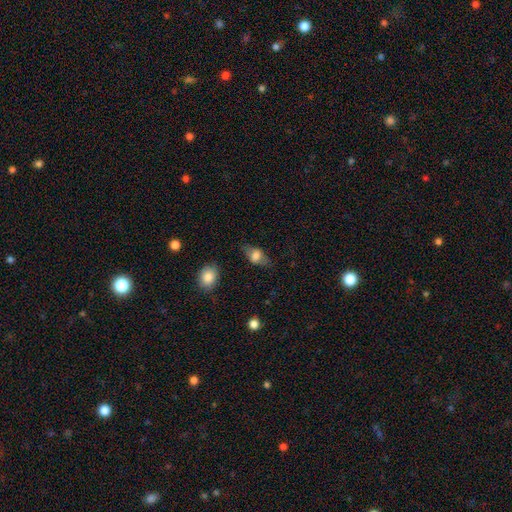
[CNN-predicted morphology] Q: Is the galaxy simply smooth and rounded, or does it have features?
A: smooth — 66%.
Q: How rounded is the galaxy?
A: in between — 84%.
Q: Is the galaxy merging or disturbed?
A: none — 72%.